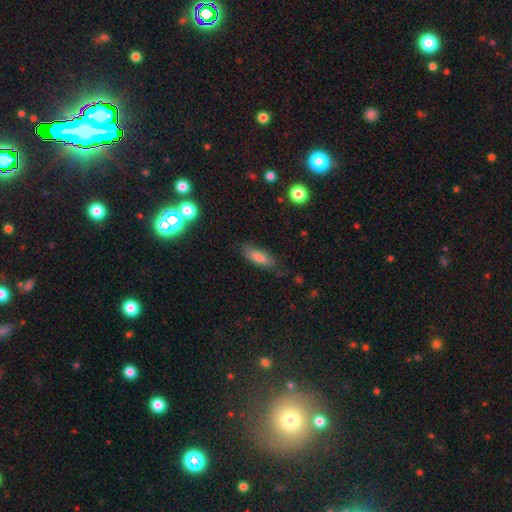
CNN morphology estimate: Q: Smooth or featured?
A: smooth (70%); runner-up: featured or disk (17%)
Q: How rounded?
A: in between (57%); runner-up: cigar-shaped (40%)
Q: Merging?
A: none (80%); runner-up: minor disturbance (14%)